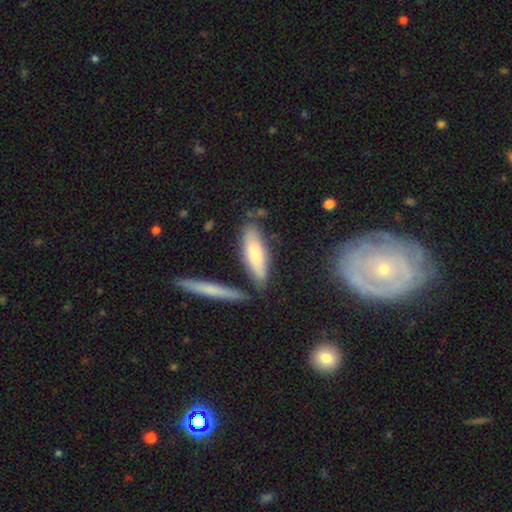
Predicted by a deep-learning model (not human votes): Q: Smooth or featured?
A: smooth (67%); runner-up: featured or disk (27%)
Q: How rounded?
A: cigar-shaped (58%); runner-up: in between (40%)
Q: Merging?
A: none (71%); runner-up: minor disturbance (15%)